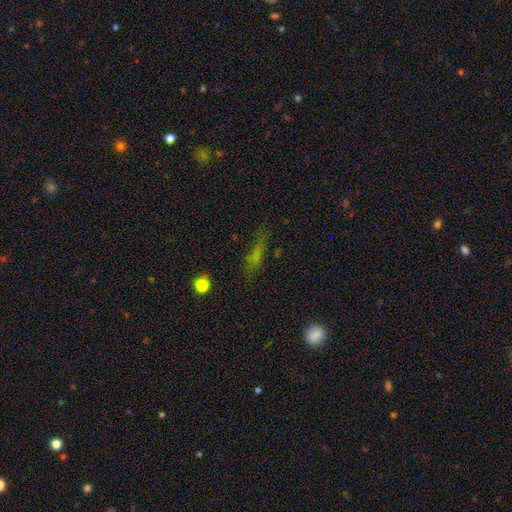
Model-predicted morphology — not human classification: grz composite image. It shows a smooth galaxy with no disk features (54%) that is cigar-shaped (70%). Merging: none (69%).